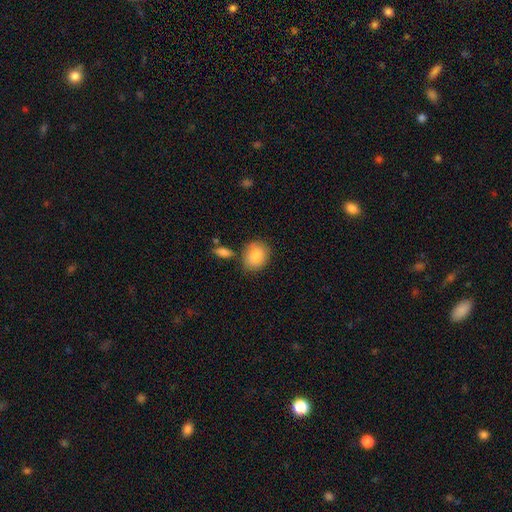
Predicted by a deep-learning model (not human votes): smooth_or_featured: smooth (p=0.84) [alt: featured or disk p=0.09]
how_rounded: round (p=0.61) [alt: in between p=0.37]
merging: none (p=0.75) [alt: minor disturbance p=0.14]